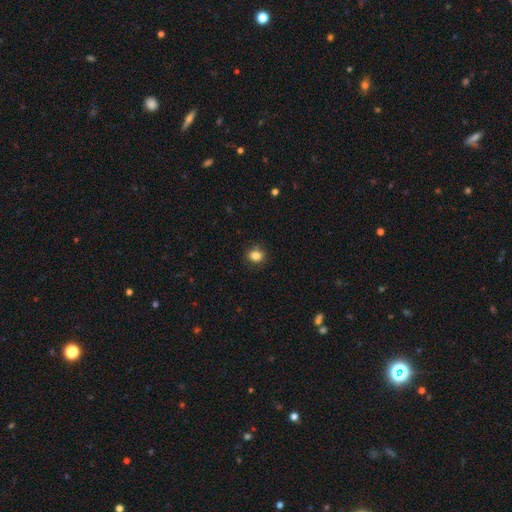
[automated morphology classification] Smooth or featured? smooth (84%)
How rounded? round (56%)
Merging? none (85%)